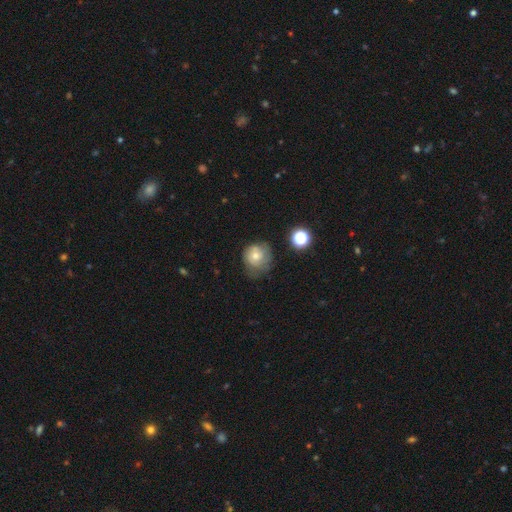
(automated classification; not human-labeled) Smooth or featured: smooth — 54% (featured or disk — 35%)
How rounded: round — 81% (in between — 18%)
Merging: none — 51% (minor disturbance — 32%)